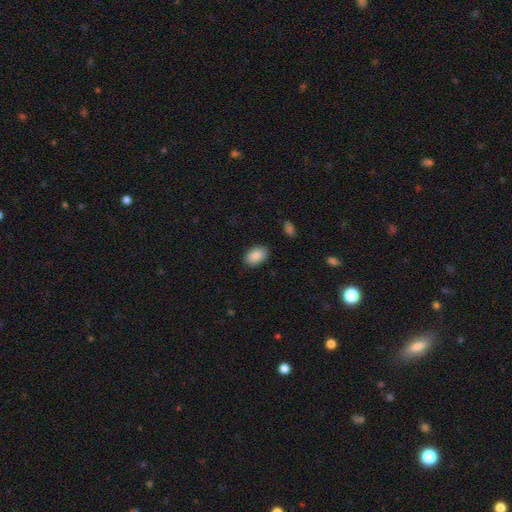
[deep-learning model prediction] smooth_or_featured: smooth (p=0.89) [alt: star or artifact p=0.07]
how_rounded: in between (p=0.90) [alt: round p=0.09]
merging: none (p=0.87) [alt: minor disturbance p=0.10]